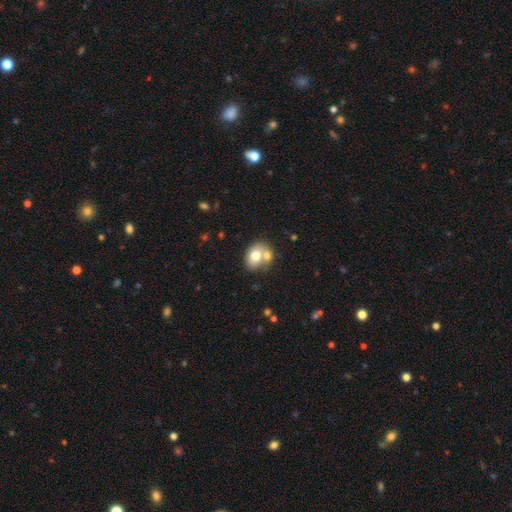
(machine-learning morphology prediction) This appears to be a smooth galaxy with no disk features (73%) that is in between round and cigar-shaped (61%). Merging: merger (44%).